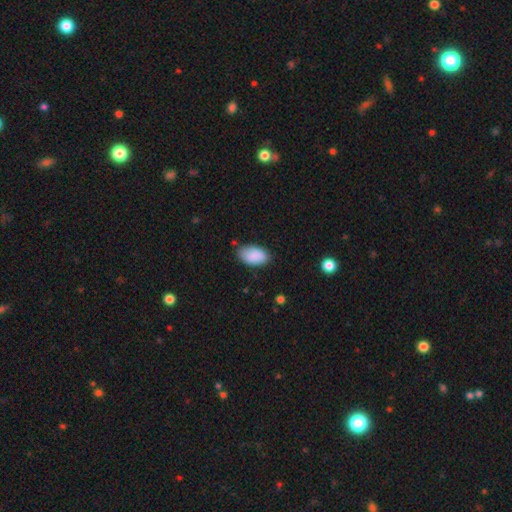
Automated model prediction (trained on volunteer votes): A smooth galaxy with no disk features (89%) that is in between round and cigar-shaped (95%).

Vote fractions:
- Smooth or featured? smooth: 89% / star or artifact: 6% / featured or disk: 5%
- How rounded? in between: 95% / round: 4% / cigar-shaped: 2%
- Merging? none: 78% / minor disturbance: 17% / major disturbance: 3% / merger: 2%